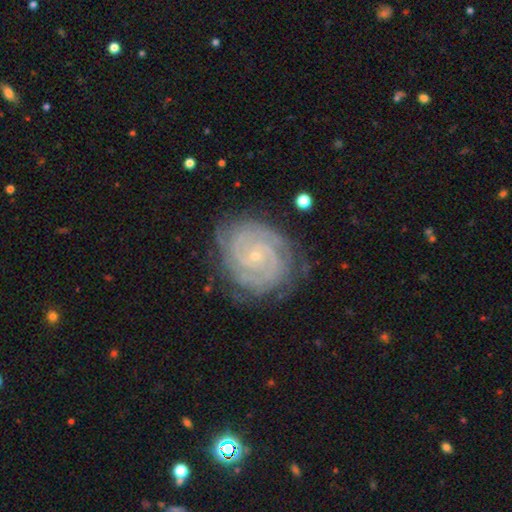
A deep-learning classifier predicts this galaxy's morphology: This appears to be a featured or disk galaxy (90%) with no bar (72%), 2 (31%) tight (83%) spiral arms (98%) and a small central bulge (87%). Merging: none (80%).